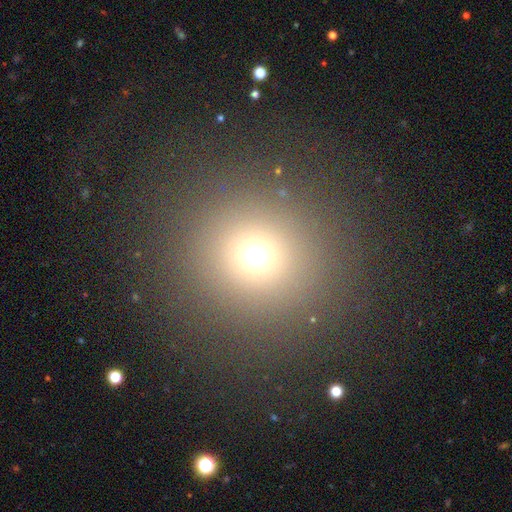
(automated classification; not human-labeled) The model was most divided on "smooth or featured": smooth: 67%, star or artifact: 26%, featured or disk: 7%. More confident: how rounded — round (91%); merging — none (86%).